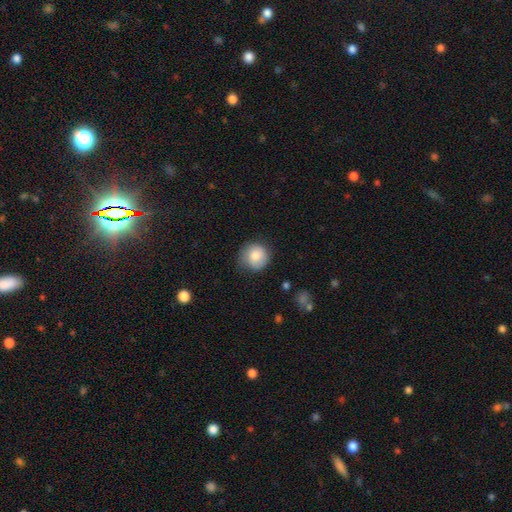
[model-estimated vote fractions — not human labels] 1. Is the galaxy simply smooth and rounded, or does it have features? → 83% smooth, 9% featured or disk, 8% star or artifact.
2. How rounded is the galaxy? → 88% round, 11% in between, 1% cigar-shaped.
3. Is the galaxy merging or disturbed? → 66% none, 26% minor disturbance, 7% major disturbance, 2% merger.